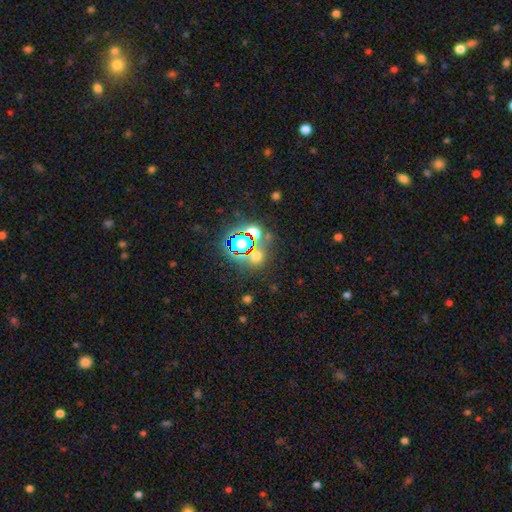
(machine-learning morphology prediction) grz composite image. It shows a star or artifact, not a galaxy (53%).